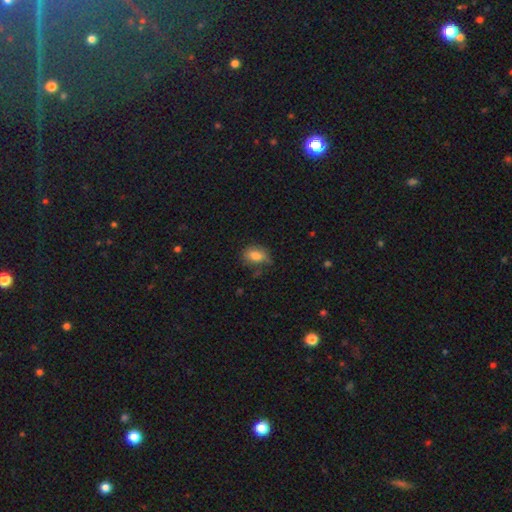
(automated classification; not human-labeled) Smooth or featured? smooth (79%)
How rounded? in between (80%)
Merging? none (58%)